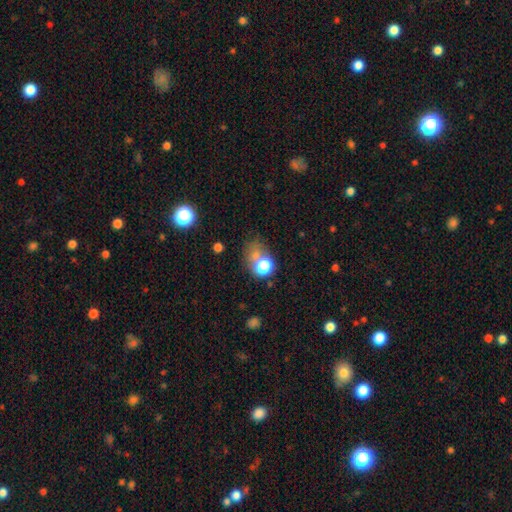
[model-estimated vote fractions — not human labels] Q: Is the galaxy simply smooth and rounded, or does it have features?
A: smooth — 58%.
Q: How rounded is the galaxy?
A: round — 60%.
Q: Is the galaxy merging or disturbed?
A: none — 52%.